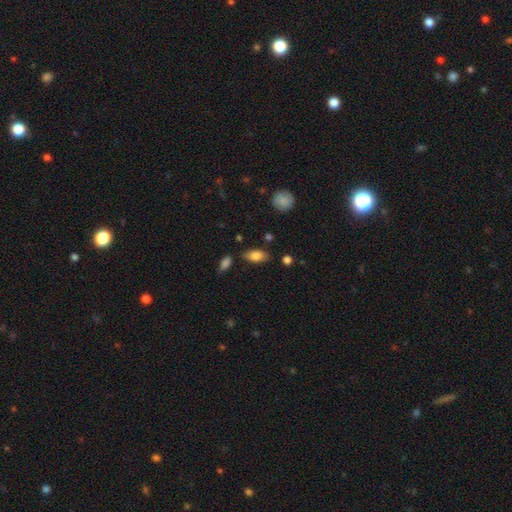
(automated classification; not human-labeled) Smooth or featured?
  - smooth: 81% *
  - featured or disk: 11%
  - star or artifact: 7%
How rounded?
  - in between: 89% *
  - cigar-shaped: 8%
  - round: 3%
Merging?
  - none: 81% *
  - minor disturbance: 12%
  - merger: 4%
  - major disturbance: 3%